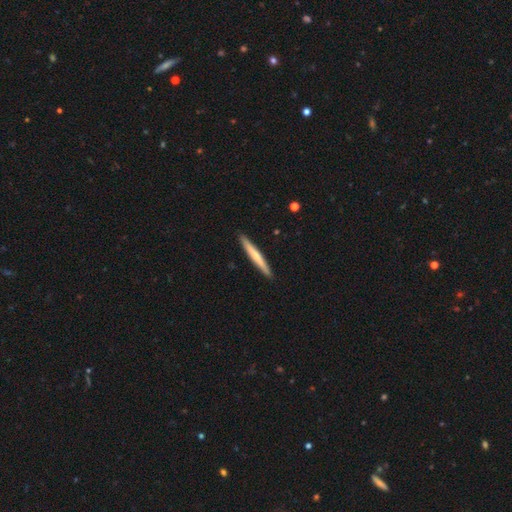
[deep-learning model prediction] Smooth or featured: smooth — 56% (featured or disk — 39%)
How rounded: cigar-shaped — 96% (in between — 3%)
Merging: none — 92% (minor disturbance — 5%)